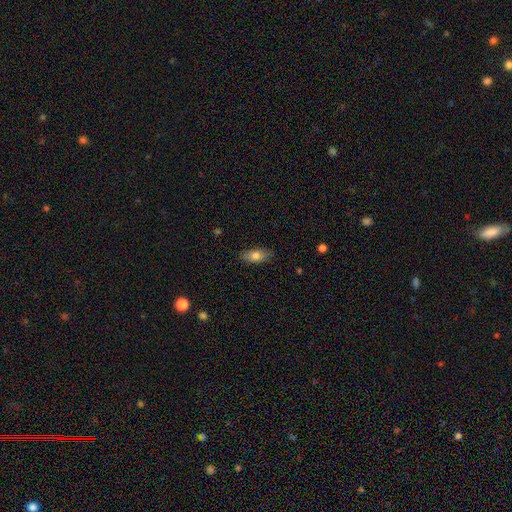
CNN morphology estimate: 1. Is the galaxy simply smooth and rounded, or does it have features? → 75% smooth, 18% featured or disk, 7% star or artifact.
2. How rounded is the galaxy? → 82% in between, 14% cigar-shaped, 4% round.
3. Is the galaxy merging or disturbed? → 86% none, 11% minor disturbance, 2% major disturbance, 1% merger.